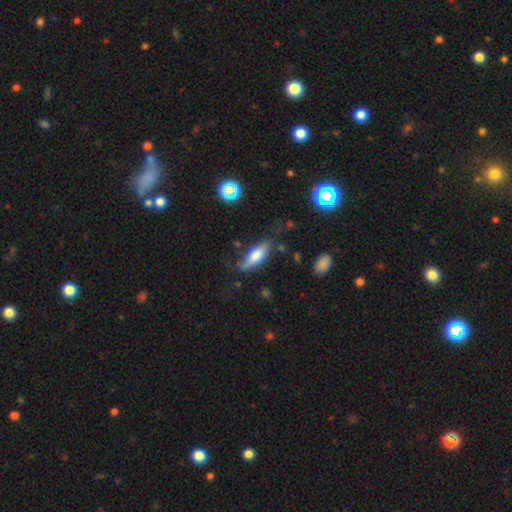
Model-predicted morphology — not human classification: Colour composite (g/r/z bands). It shows a smooth galaxy with no disk features (68%) that is in between round and cigar-shaped (64%). Merging: none (59%).